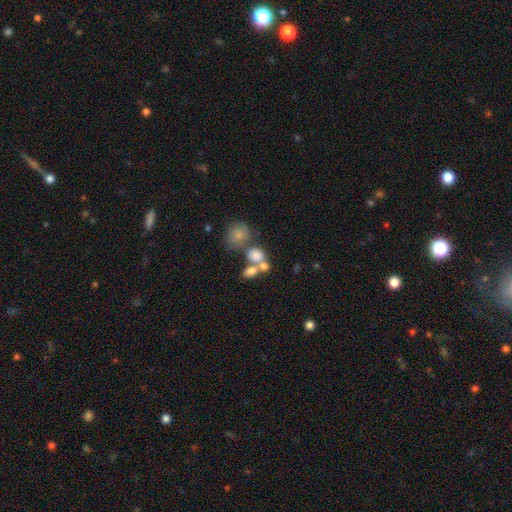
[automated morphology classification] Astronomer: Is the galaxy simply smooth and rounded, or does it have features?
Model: smooth — 71%.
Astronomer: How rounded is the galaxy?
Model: in between — 55% (runner-up: round, 43%).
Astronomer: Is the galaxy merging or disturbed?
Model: merger — 56%.